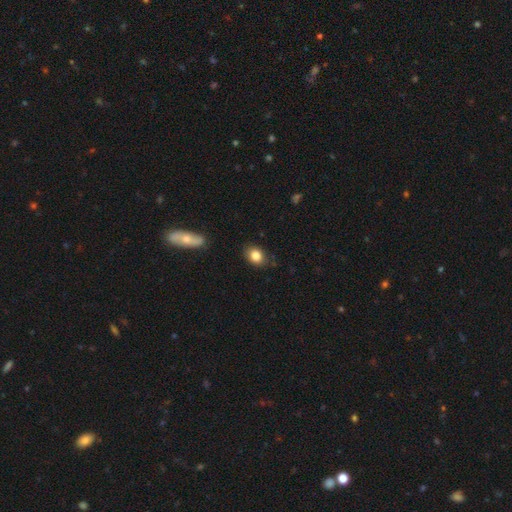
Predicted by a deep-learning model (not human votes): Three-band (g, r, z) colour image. It shows a smooth galaxy with no disk features (84%) that is in between round and cigar-shaped (59%). Merging: none (82%).